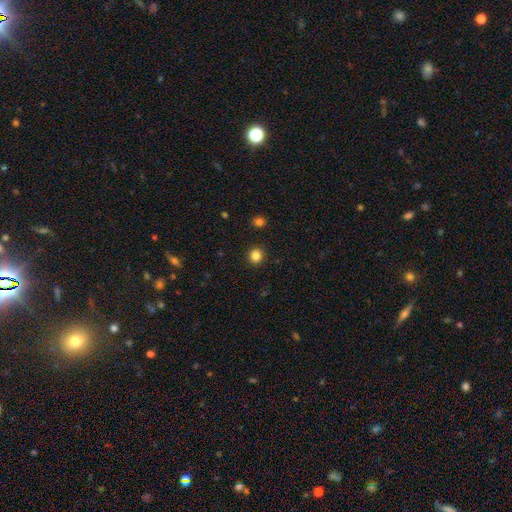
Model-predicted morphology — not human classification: smooth-or-featured: smooth: 84% | star or artifact: 12% | featured or disk: 4%
  how-rounded: round: 89% | in between: 10% | cigar-shaped: 1%
  merging: none: 92% | minor disturbance: 5% | major disturbance: 2% | merger: 1%